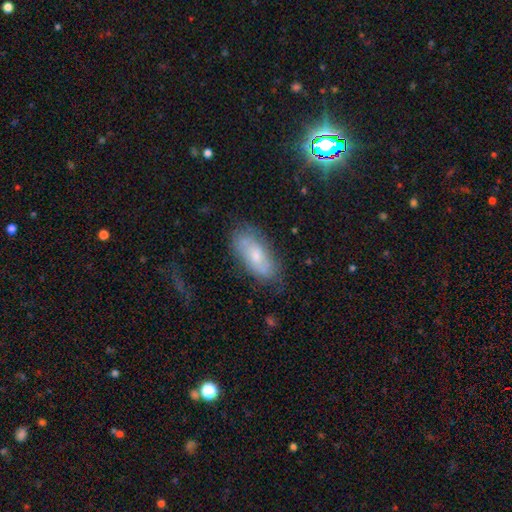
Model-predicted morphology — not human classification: A smooth galaxy with no disk features (53%) that is in between round and cigar-shaped (85%). Merging: none (68%).